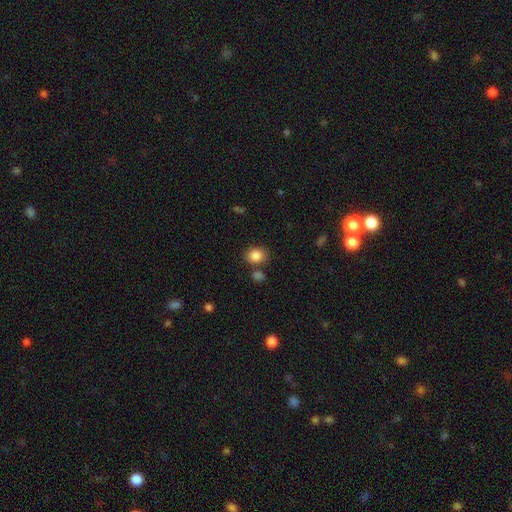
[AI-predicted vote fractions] This is clearly a smooth galaxy (85%). How rounded: likely round (63%). Merging: likely none (74%).